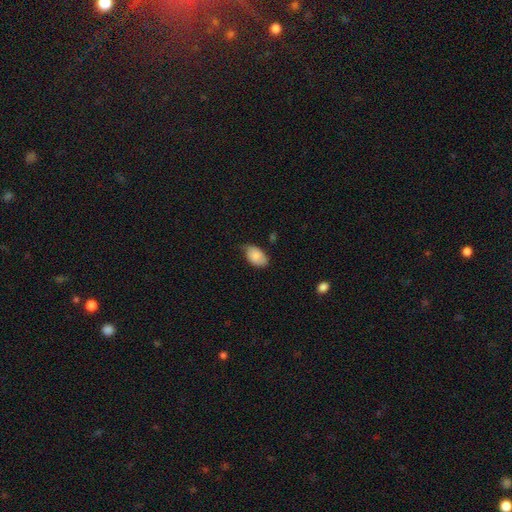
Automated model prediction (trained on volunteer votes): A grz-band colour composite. It shows a smooth galaxy with no disk features (81%) that is in between round and cigar-shaped (91%). Merging: none (53%).